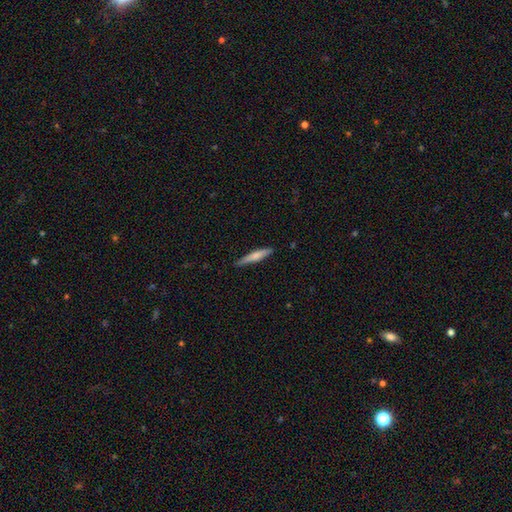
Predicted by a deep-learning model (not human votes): This is likely a smooth galaxy (62%). How rounded: clearly cigar-shaped (92%). Merging: clearly none (88%).